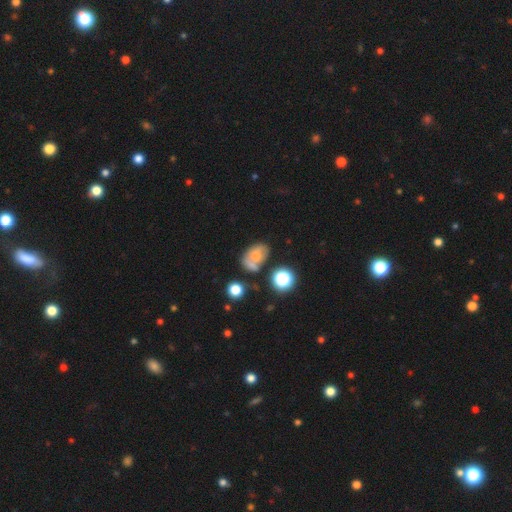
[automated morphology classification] Q: Smooth or featured?
A: smooth (59%); runner-up: featured or disk (25%)
Q: How rounded?
A: in between (78%); runner-up: round (20%)
Q: Merging?
A: none (42%); runner-up: merger (23%)